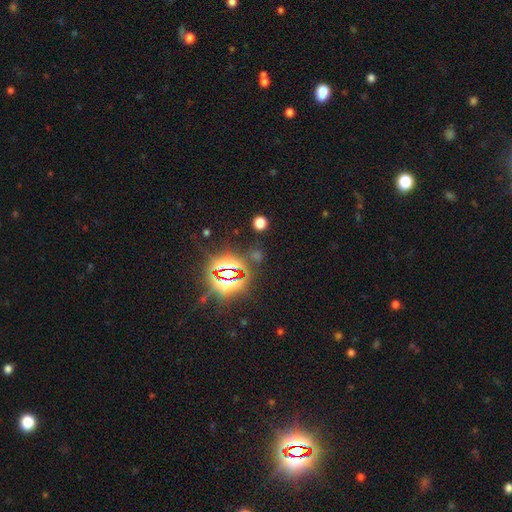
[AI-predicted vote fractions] Smooth or featured? Predicted: star or artifact (p=0.75).